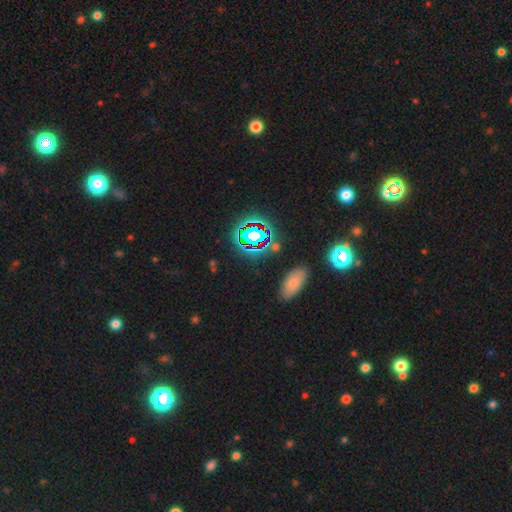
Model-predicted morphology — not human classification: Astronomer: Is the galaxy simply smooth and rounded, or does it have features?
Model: star or artifact — 63%.